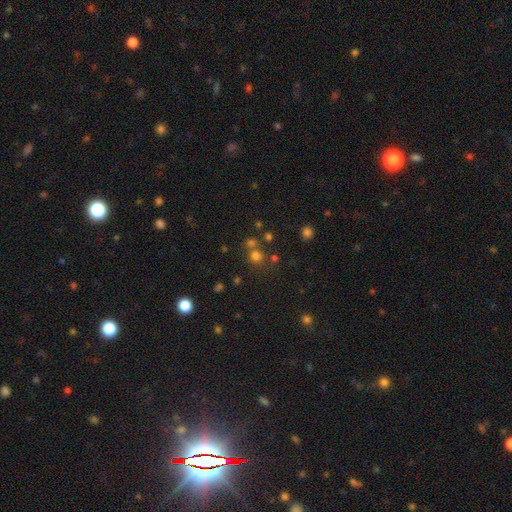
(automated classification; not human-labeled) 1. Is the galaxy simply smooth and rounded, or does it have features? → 68% smooth, 24% star or artifact, 8% featured or disk.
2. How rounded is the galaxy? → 85% round, 14% in between, 1% cigar-shaped.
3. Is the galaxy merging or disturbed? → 64% none, 22% merger, 9% minor disturbance, 4% major disturbance.